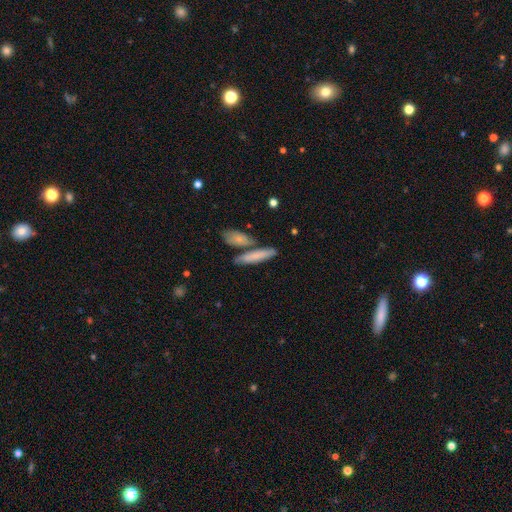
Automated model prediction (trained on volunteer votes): This appears to be a smooth galaxy with no disk features (71%) that is cigar-shaped (73%). Merging: none (61%).